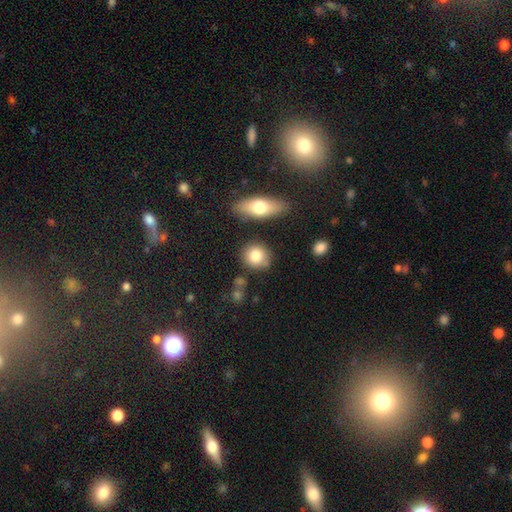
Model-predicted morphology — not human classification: A smooth galaxy with no disk features (80%) that is round (77%). Merging: none (79%).